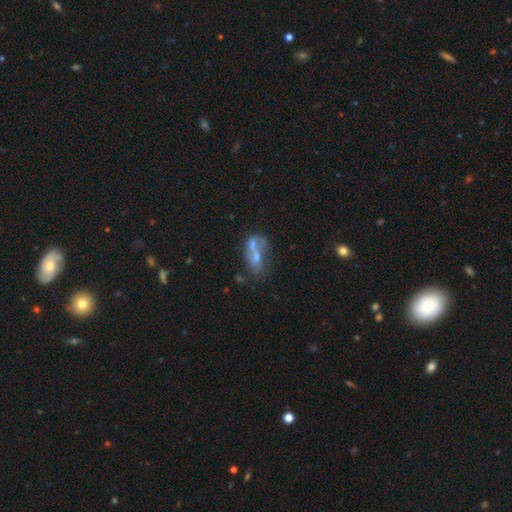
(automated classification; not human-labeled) Overall: smooth (43%; featured or disk 41%). Merging: merger (55%; none 25%).